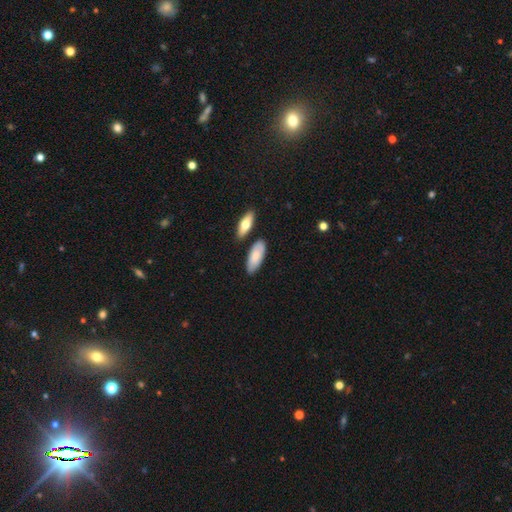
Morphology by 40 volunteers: Volunteers were most divided on "how rounded": in between: 79%, cigar-shaped: 21%, round: 0%. More confident: smooth or featured — smooth (85%); merging — none (85%).